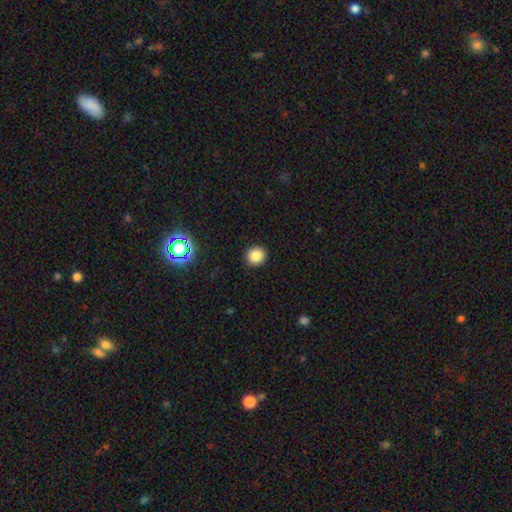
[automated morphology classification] Overall: smooth (83%). How rounded: round (93%). Merging: none (92%).